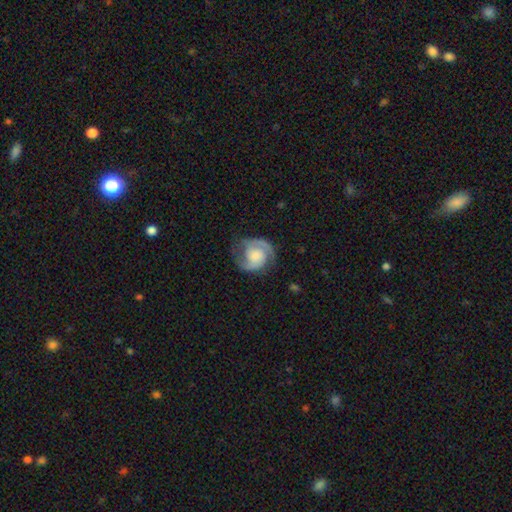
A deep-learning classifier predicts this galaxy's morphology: Smooth or featured? featured or disk (85%)
Edge-on disk? no (98%)
Bar? no (63%)
Spiral arms? yes (97%)
Spiral winding? medium (49%)
Spiral arm count? 2 (89%)
Bulge size? moderate (33%)
Merging? none (73%)